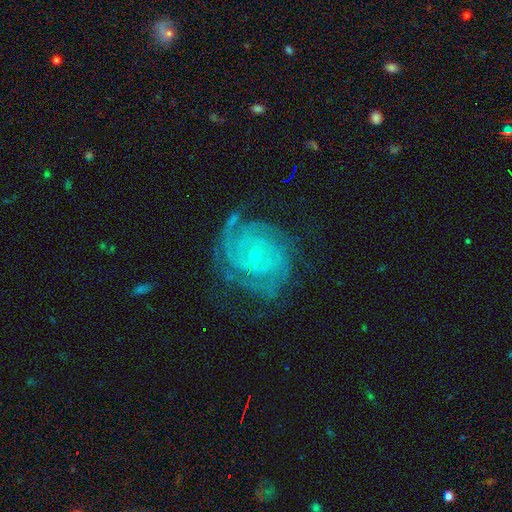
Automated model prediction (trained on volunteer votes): Smooth or featured? featured or disk (87%)
Edge-on disk? no (97%)
Bar? no (72%)
Spiral arms? yes (97%)
Spiral winding? tight (75%)
Spiral arm count? can't tell (25%)
Bulge size? small (84%)
Merging? none (70%)